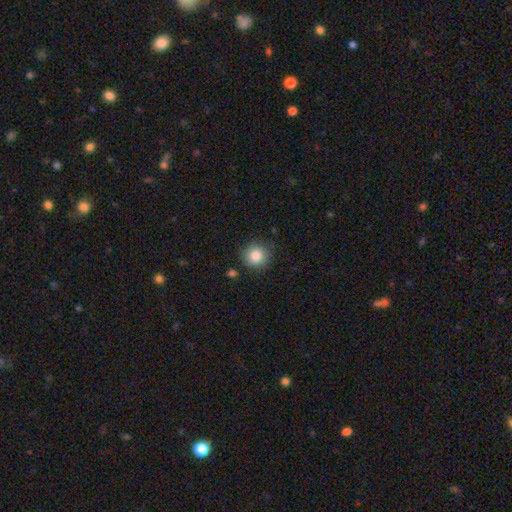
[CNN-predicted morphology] This is clearly a smooth galaxy (86%). How rounded: clearly round (91%). Merging: clearly none (83%).